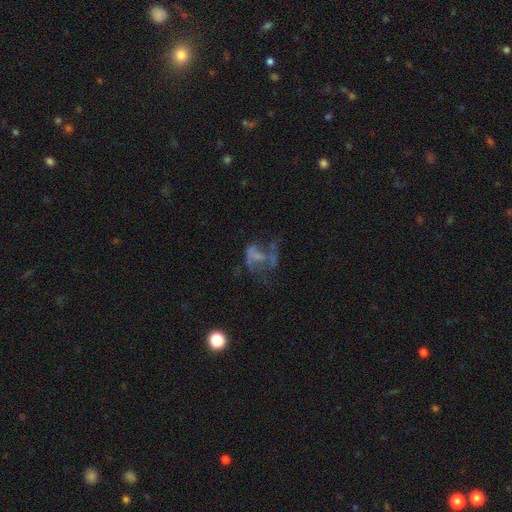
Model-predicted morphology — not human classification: A featured or disk galaxy (55%) with no bar (78%), no spiral arms (76%) and no central bulge (71%). Merging: major disturbance (47%).